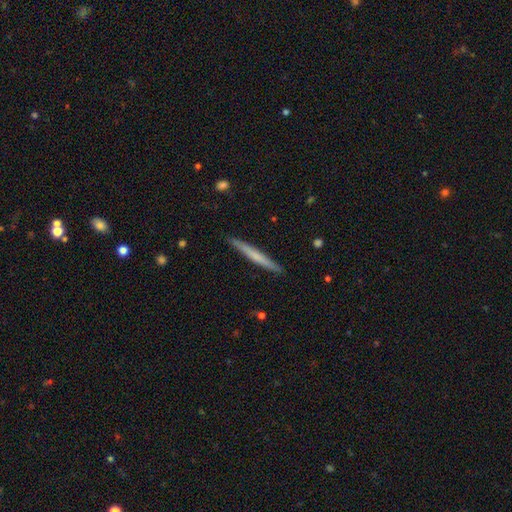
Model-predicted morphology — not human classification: Smooth or featured: smooth — 55% (featured or disk — 40%)
How rounded: cigar-shaped — 97% (in between — 2%)
Merging: none — 91% (minor disturbance — 7%)